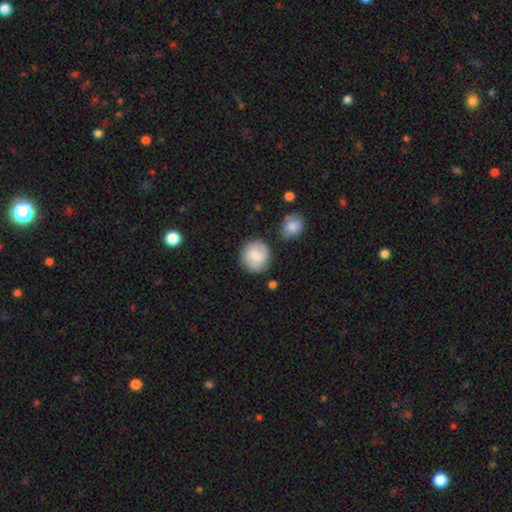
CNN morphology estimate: type=smooth (78%); roundness=round (90%); merging=none (80%).